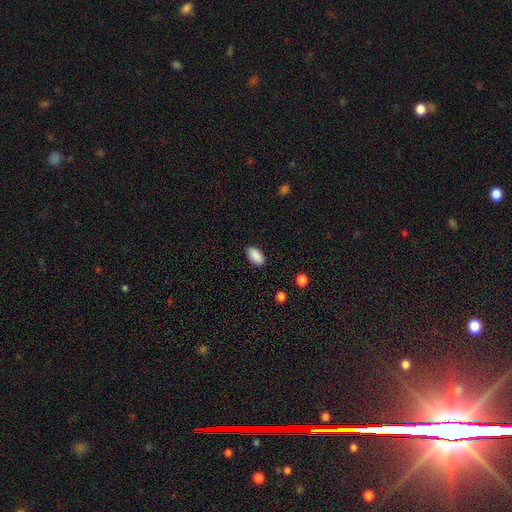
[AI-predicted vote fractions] Morphology: type=smooth (90%); roundness=in between (94%); merging=none (88%).